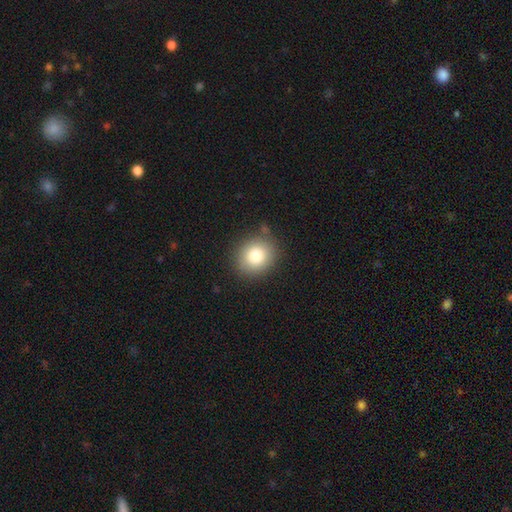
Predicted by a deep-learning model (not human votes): This is clearly a smooth galaxy (80%). How rounded: likely round (79%). Merging: clearly none (84%).